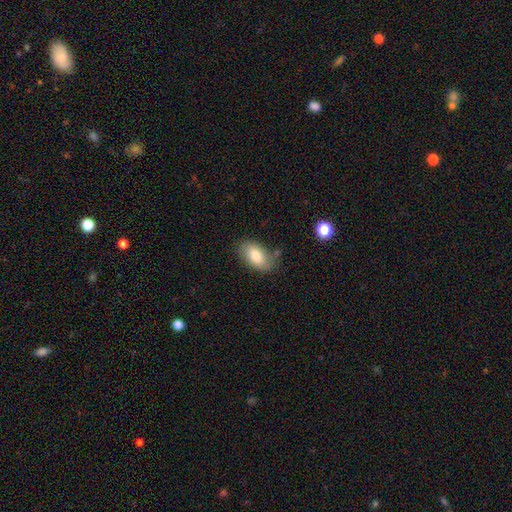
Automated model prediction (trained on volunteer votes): Smooth or featured? smooth (78%)
How rounded? in between (93%)
Merging? none (75%)